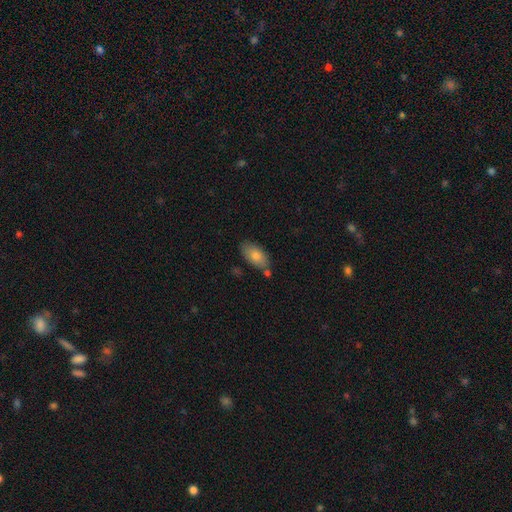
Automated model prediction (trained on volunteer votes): smooth-or-featured: smooth: 80% | featured or disk: 13% | star or artifact: 7%
  how-rounded: in between: 92% | cigar-shaped: 4% | round: 4%
  merging: none: 69% | minor disturbance: 17% | merger: 10% | major disturbance: 4%